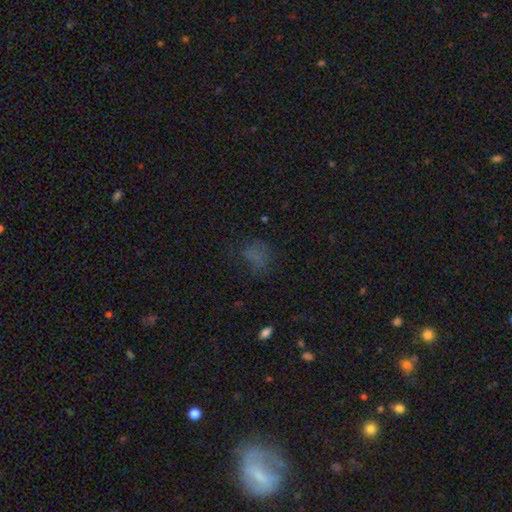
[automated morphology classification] smooth_or_featured: smooth (p=0.56) [alt: star or artifact p=0.29]
how_rounded: in between (p=0.54) [alt: round p=0.44]
merging: none (p=0.55) [alt: minor disturbance p=0.21]